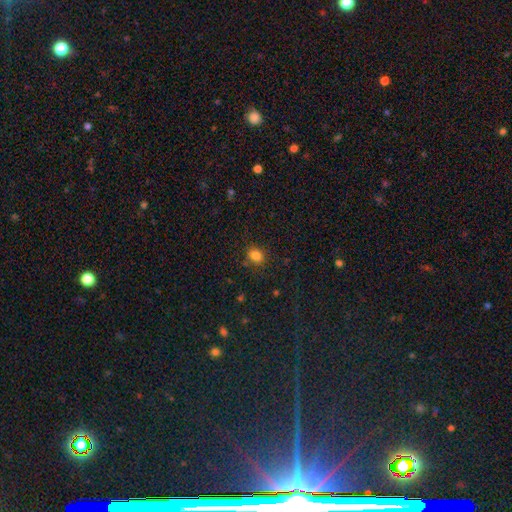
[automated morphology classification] A smooth galaxy with no disk features (82%) that is round (65%). Merging: none (82%).